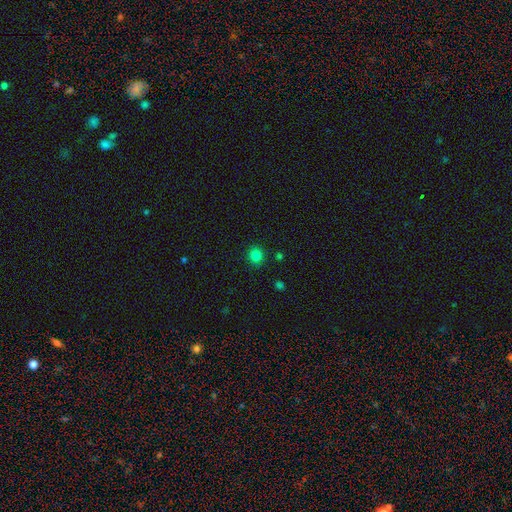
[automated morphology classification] Smooth or featured?
  - smooth: 82% *
  - star or artifact: 14%
  - featured or disk: 4%
How rounded?
  - round: 86% *
  - in between: 13%
  - cigar-shaped: 1%
Merging?
  - none: 89% *
  - minor disturbance: 7%
  - major disturbance: 2%
  - merger: 2%